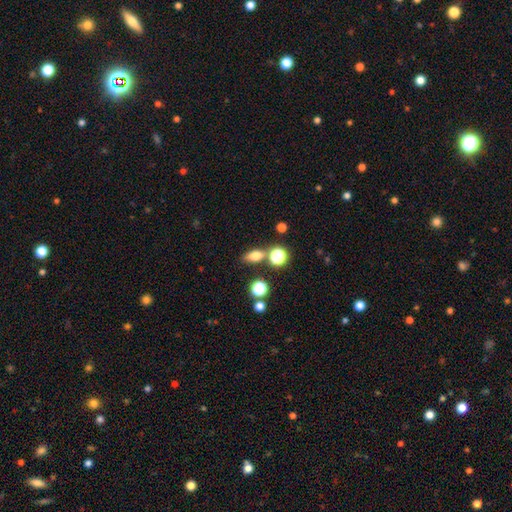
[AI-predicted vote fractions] smooth-or-featured: smooth: 71% | star or artifact: 17% | featured or disk: 13%
  how-rounded: in between: 67% | round: 25% | cigar-shaped: 8%
  merging: none: 71% | merger: 14% | minor disturbance: 12% | major disturbance: 4%